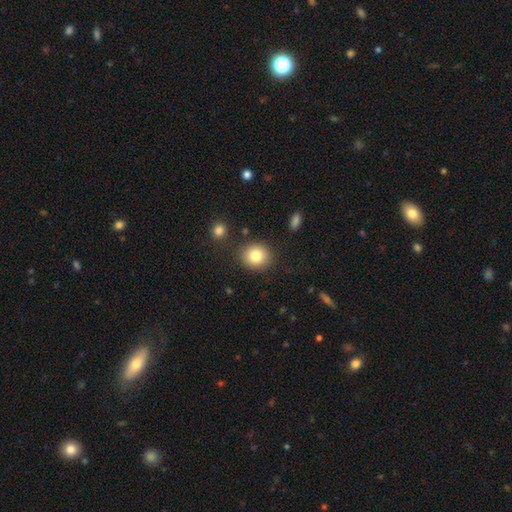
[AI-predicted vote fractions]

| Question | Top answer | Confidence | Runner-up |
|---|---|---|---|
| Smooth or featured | smooth | 83% | star or artifact (10%) |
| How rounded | round | 79% | in between (20%) |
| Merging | none | 85% | minor disturbance (9%) |